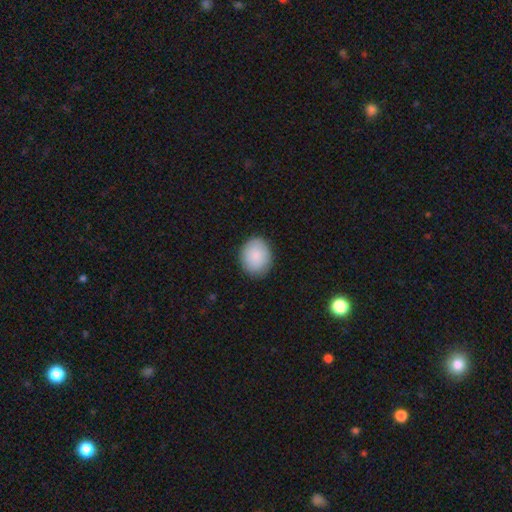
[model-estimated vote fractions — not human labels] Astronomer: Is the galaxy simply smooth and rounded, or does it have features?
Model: smooth — 87%.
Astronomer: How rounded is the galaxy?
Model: round — 57% (runner-up: in between, 42%).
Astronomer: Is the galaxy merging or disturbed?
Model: none — 85%.